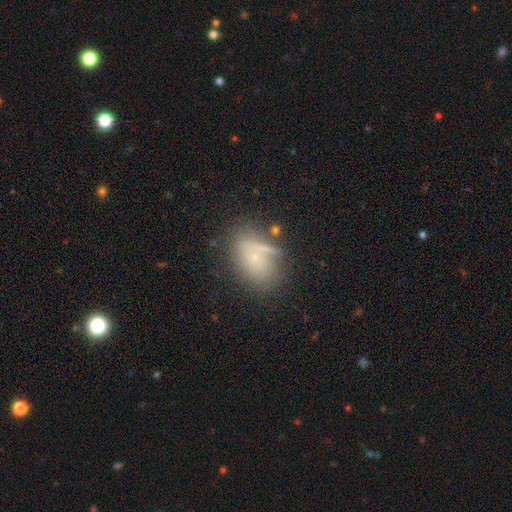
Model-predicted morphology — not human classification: A smooth galaxy with no disk features (61%) that is in between round and cigar-shaped (76%).

Vote fractions:
- Smooth or featured? smooth: 61% / featured or disk: 25% / star or artifact: 15%
- How rounded? in between: 76% / round: 21% / cigar-shaped: 3%
- Merging? none: 51% / minor disturbance: 25% / major disturbance: 15% / merger: 9%